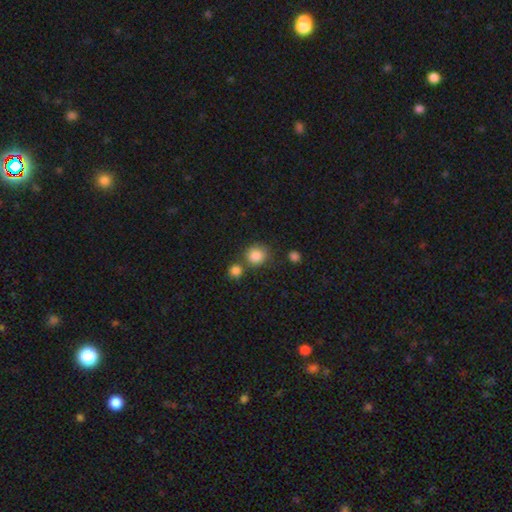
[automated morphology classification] type=smooth (85%); roundness=round (85%); merging=none (64%).